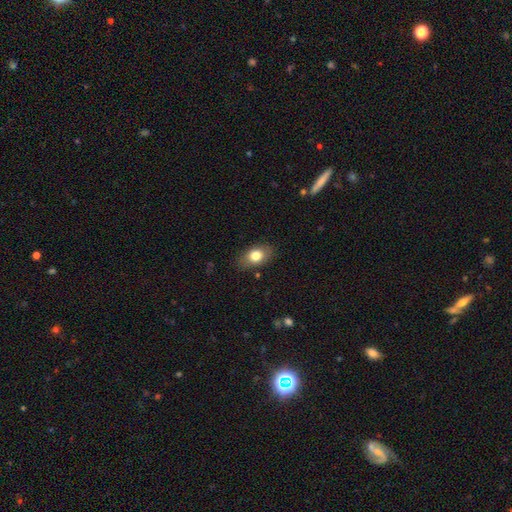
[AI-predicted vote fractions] This appears to be a smooth galaxy with no disk features (78%) that is in between round and cigar-shaped (84%). Merging: none (83%).